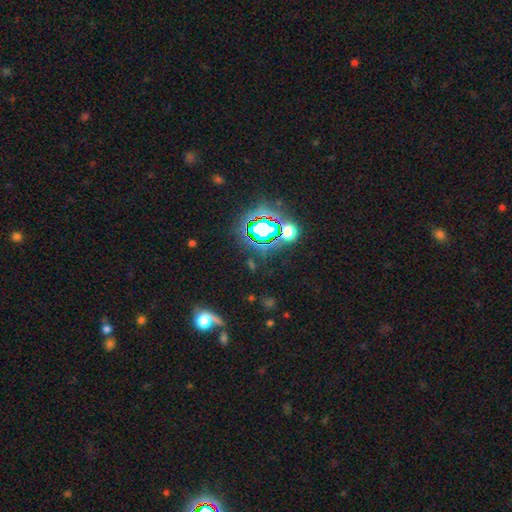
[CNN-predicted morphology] smooth-or-featured: star or artifact: 79% | smooth: 13% | featured or disk: 8%